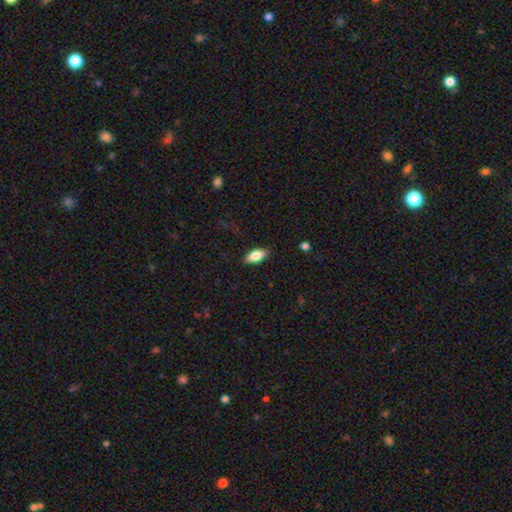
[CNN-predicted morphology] Smooth or featured: smooth — 77% (featured or disk — 17%)
How rounded: in between — 87% (cigar-shaped — 10%)
Merging: none — 86% (minor disturbance — 11%)